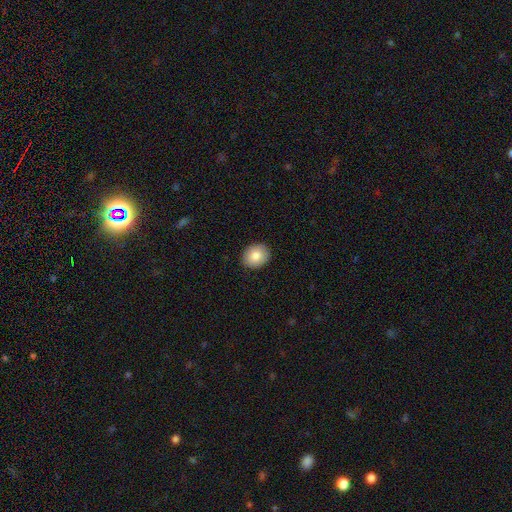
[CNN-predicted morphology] type=smooth (84%); roundness=round (54%); merging=none (90%).